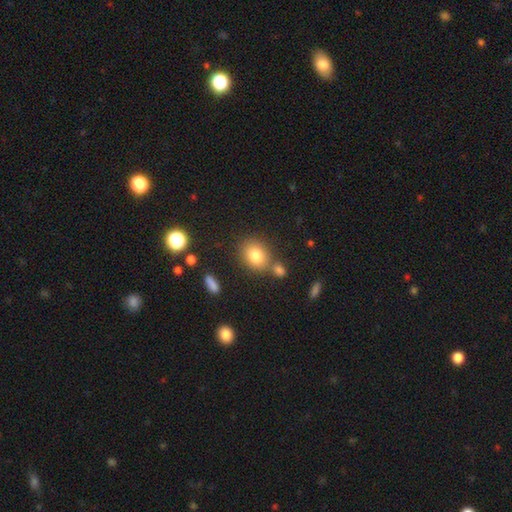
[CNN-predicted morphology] A smooth galaxy with no disk features (81%) that is in between round and cigar-shaped (51%). Merging: none (65%).